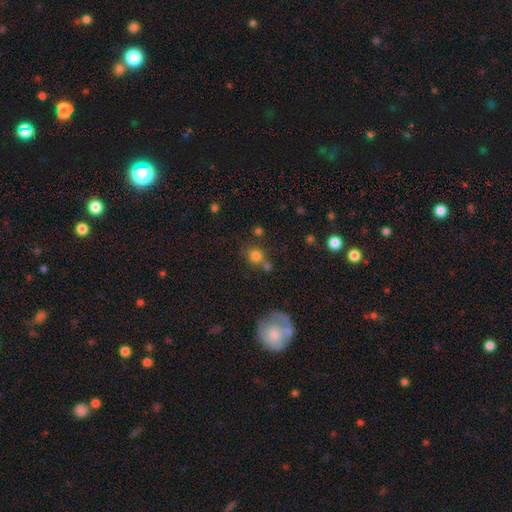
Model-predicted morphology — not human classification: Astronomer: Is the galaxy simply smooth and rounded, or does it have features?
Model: smooth — 78%.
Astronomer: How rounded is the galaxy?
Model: round — 84%.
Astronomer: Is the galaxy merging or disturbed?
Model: none — 63%.